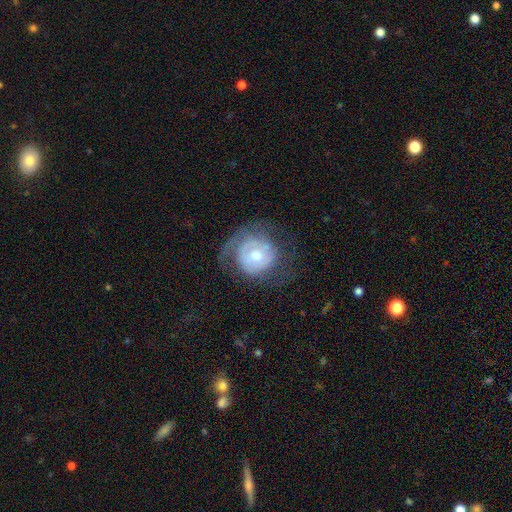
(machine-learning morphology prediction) Q: Smooth or featured?
A: featured or disk (67%); runner-up: smooth (26%)
Q: Edge-on disk?
A: no (97%); runner-up: yes (3%)
Q: Bar?
A: no (70%); runner-up: weak (24%)
Q: Spiral arms?
A: yes (77%); runner-up: no (23%)
Q: Spiral winding?
A: tight (53%); runner-up: medium (30%)
Q: Spiral arm count?
A: 2 (38%); runner-up: can't tell (31%)
Q: Bulge size?
A: moderate (62%); runner-up: small (30%)
Q: Merging?
A: none (59%); runner-up: minor disturbance (20%)